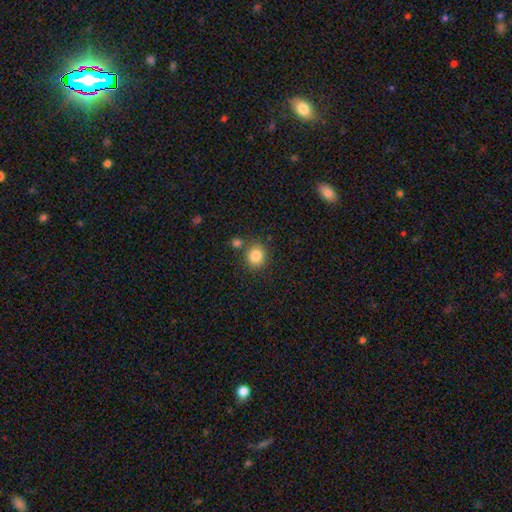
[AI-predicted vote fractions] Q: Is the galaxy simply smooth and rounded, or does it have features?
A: smooth — 85%.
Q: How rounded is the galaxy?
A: round — 82%.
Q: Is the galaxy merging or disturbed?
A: none — 75%.